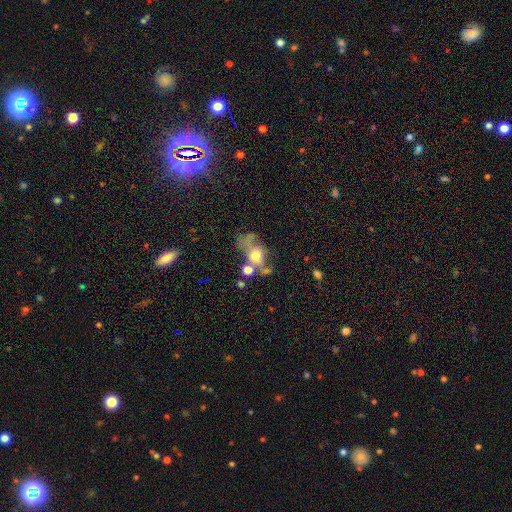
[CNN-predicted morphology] smooth-or-featured: smooth: 49% | featured or disk: 38% | star or artifact: 13%
  merging: major disturbance: 30% | merger: 29% | none: 24% | minor disturbance: 16%